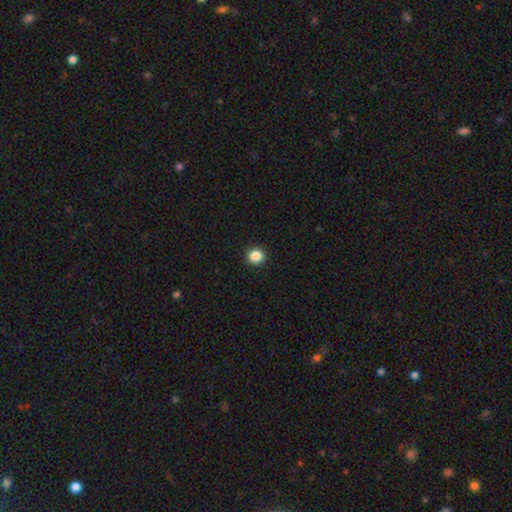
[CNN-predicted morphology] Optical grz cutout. It shows a smooth galaxy with no disk features (86%) that is round (92%). Merging: none (93%).